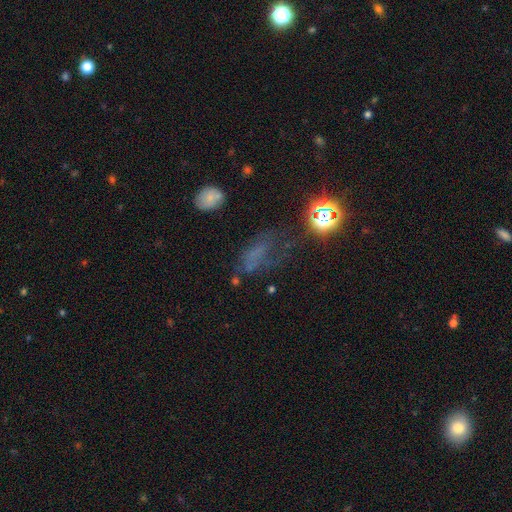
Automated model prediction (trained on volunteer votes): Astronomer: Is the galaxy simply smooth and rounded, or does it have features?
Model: smooth — 37% (runner-up: star or artifact, 34%).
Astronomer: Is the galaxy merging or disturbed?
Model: none — 38% (runner-up: major disturbance, 33%).